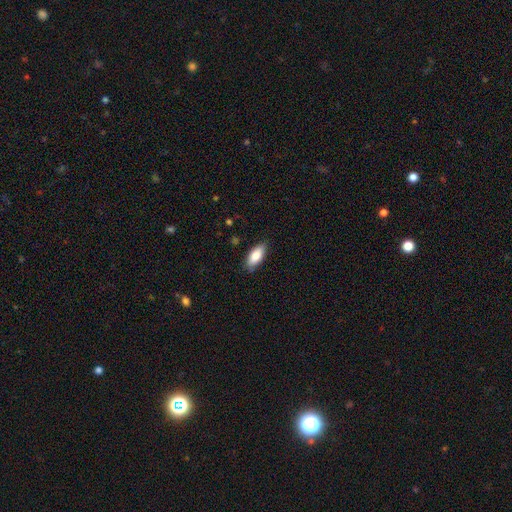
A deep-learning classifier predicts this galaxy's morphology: Smooth or featured?
  - smooth: 83% *
  - featured or disk: 11%
  - star or artifact: 6%
How rounded?
  - in between: 83% *
  - cigar-shaped: 15%
  - round: 2%
Merging?
  - none: 82% *
  - minor disturbance: 15%
  - major disturbance: 2%
  - merger: 1%